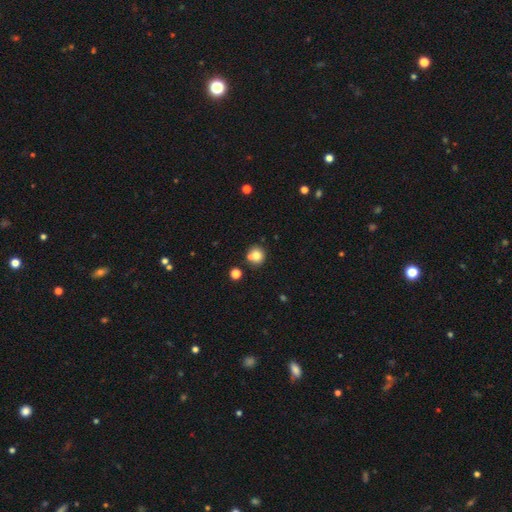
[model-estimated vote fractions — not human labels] The model was most divided on "merging": none: 63%, merger: 24%, minor disturbance: 10%, major disturbance: 3%. More confident: how rounded — round (89%); smooth or featured — smooth (77%).